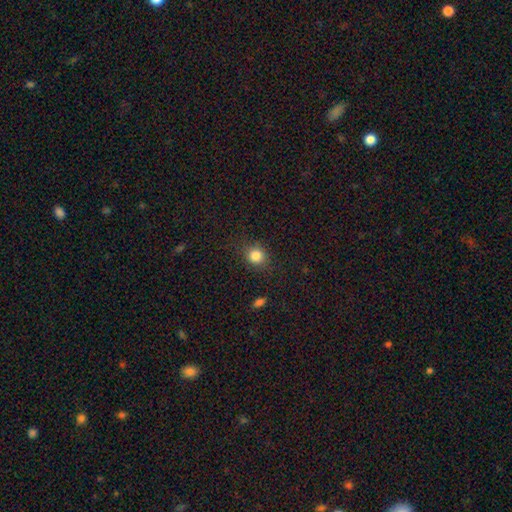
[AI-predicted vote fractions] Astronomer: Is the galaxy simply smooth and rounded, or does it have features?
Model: smooth — 84%.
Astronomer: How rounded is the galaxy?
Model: round — 81%.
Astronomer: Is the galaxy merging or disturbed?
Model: none — 84%.